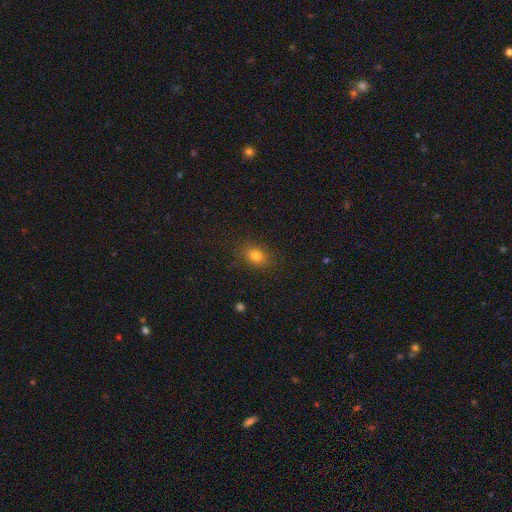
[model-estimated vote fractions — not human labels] Smooth or featured?
  - smooth: 80% *
  - star or artifact: 13%
  - featured or disk: 8%
How rounded?
  - in between: 68% *
  - round: 30%
  - cigar-shaped: 2%
Merging?
  - none: 85% *
  - minor disturbance: 11%
  - major disturbance: 3%
  - merger: 1%